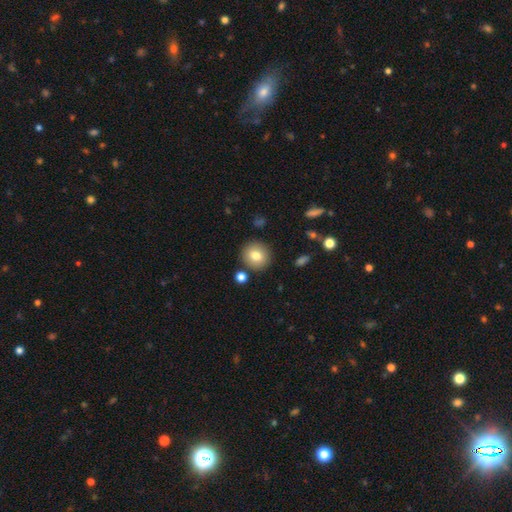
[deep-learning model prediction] Smooth or featured?
  - smooth: 78% *
  - featured or disk: 12%
  - star or artifact: 9%
How rounded?
  - round: 89% *
  - in between: 10%
  - cigar-shaped: 1%
Merging?
  - none: 87% *
  - minor disturbance: 7%
  - merger: 4%
  - major disturbance: 2%